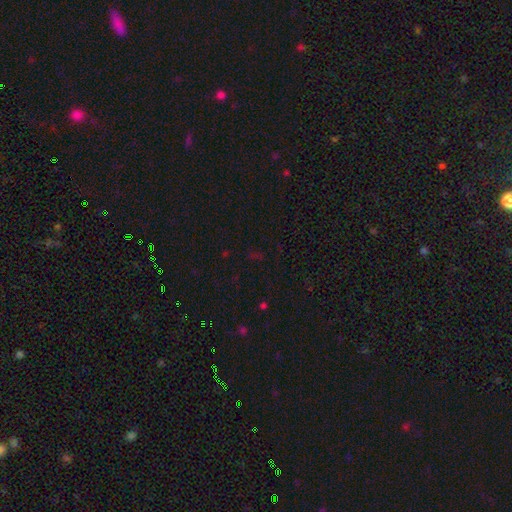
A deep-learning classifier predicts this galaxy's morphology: Smooth or featured?
  - star or artifact: 68% *
  - smooth: 24%
  - featured or disk: 7%